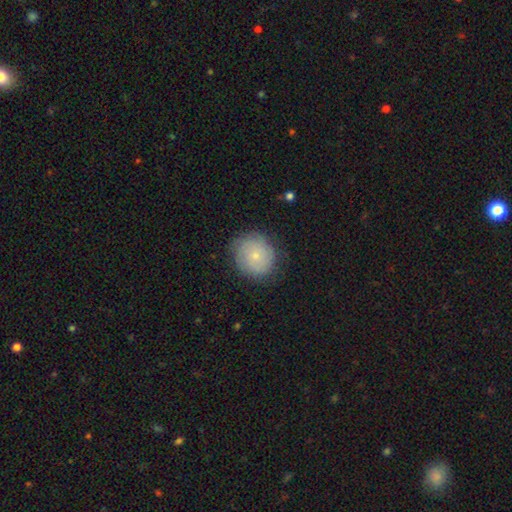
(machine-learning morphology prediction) smooth 66%, featured or disk 26%, star or artifact 8%. Down the decision tree: how rounded — round (85%); merging — none (79%).